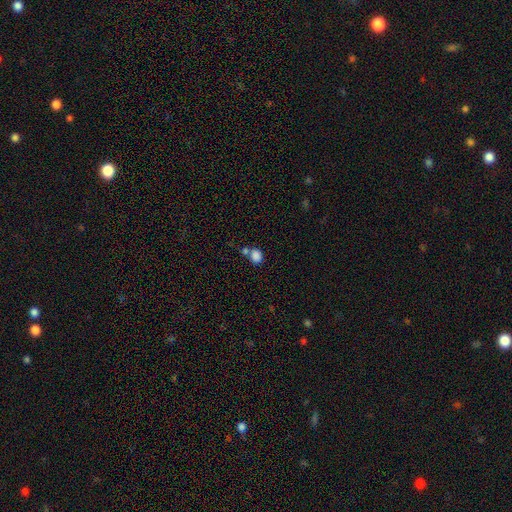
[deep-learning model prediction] Smooth or featured? Predicted: smooth (p=0.83). How rounded? Predicted: round (p=0.59). Merging? Predicted: none (p=0.53).